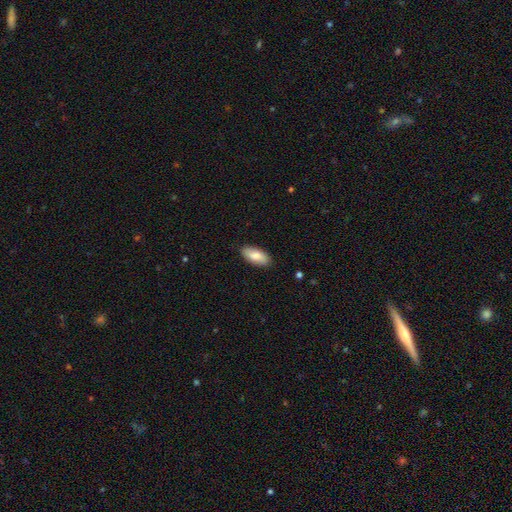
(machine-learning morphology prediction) The model was most divided on "smooth or featured": smooth: 84%, featured or disk: 10%, star or artifact: 6%. More confident: how rounded — in between (90%); merging — none (88%).